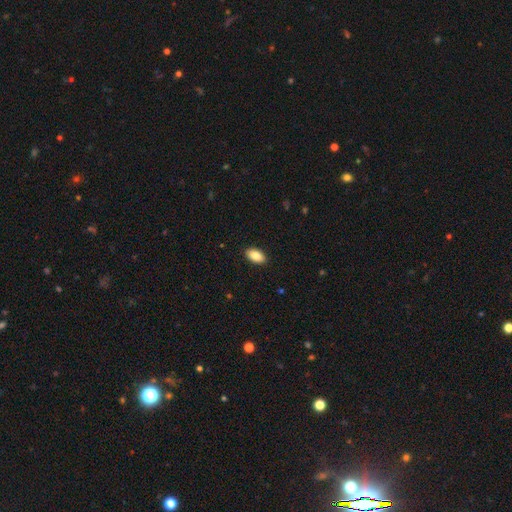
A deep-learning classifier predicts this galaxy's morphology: Smooth or featured? Predicted: smooth (p=0.88). How rounded? Predicted: in between (p=0.94). Merging? Predicted: none (p=0.90).